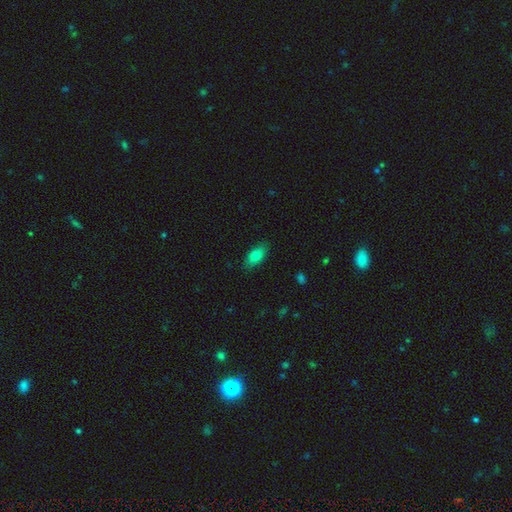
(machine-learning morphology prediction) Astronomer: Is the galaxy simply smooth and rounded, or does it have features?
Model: smooth — 81%.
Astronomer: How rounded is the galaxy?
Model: in between — 88%.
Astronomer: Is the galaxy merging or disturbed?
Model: none — 85%.